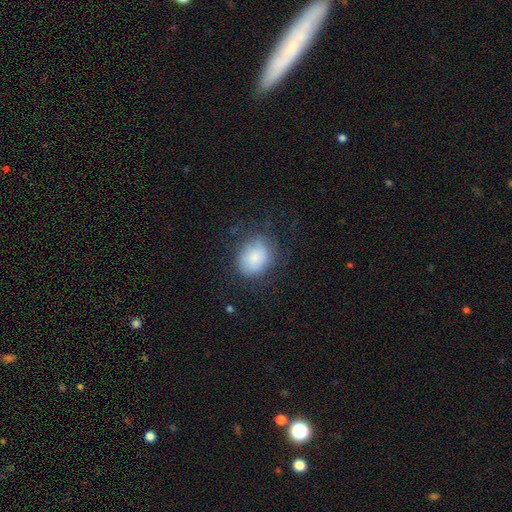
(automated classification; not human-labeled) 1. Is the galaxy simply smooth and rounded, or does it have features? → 77% smooth, 14% featured or disk, 8% star or artifact.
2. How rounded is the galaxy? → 51% round, 48% in between, 1% cigar-shaped.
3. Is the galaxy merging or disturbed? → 64% none, 22% minor disturbance, 13% major disturbance, 1% merger.